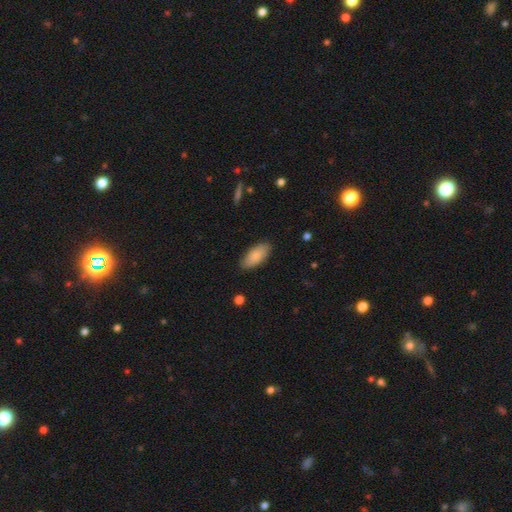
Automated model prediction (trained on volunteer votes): Smooth or featured? Predicted: smooth (p=0.83). How rounded? Predicted: in between (p=0.89). Merging? Predicted: none (p=0.86).